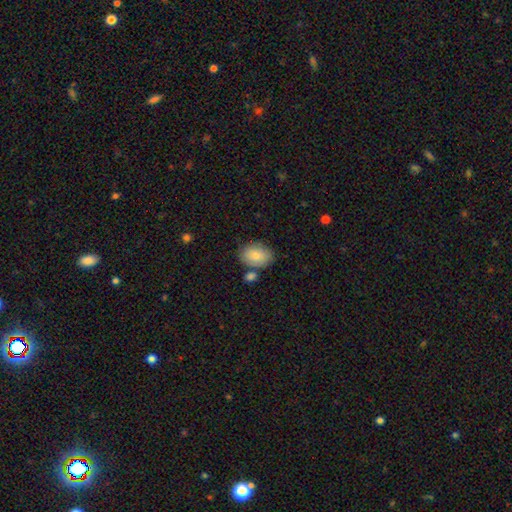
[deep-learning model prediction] smooth 81%, featured or disk 13%, star or artifact 7%. Down the decision tree: how rounded — in between (83%); merging — none (70%).